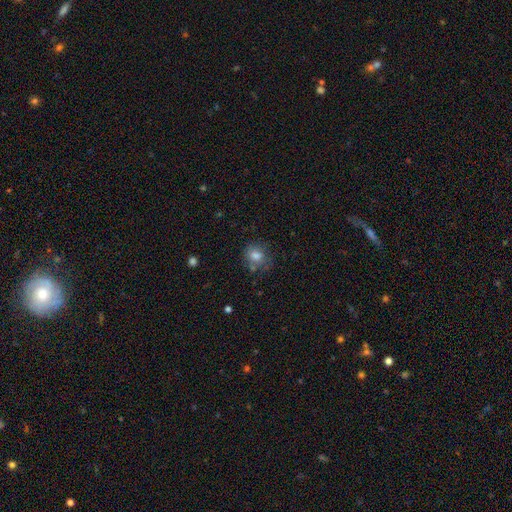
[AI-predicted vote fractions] Smooth or featured? Predicted: smooth (p=0.75). How rounded? Predicted: round (p=0.67). Merging? Predicted: none (p=0.63).